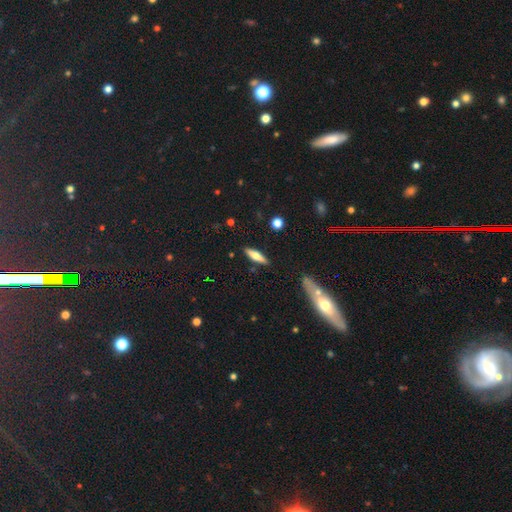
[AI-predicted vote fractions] smooth_or_featured: smooth (p=0.56) [alt: featured or disk p=0.37]
how_rounded: cigar-shaped (p=0.66) [alt: in between p=0.32]
merging: none (p=0.87) [alt: minor disturbance p=0.09]